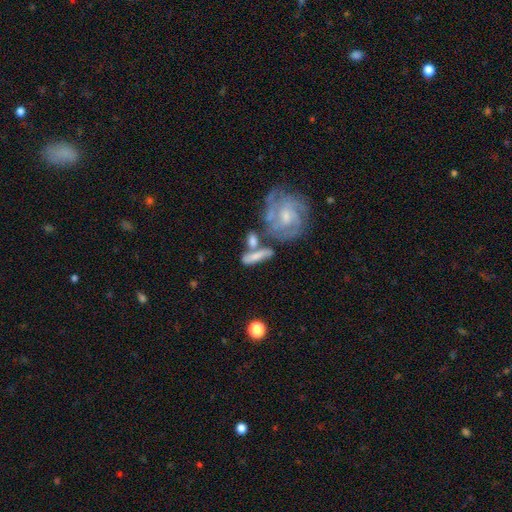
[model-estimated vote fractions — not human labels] Smooth or featured? smooth (54%)
How rounded? cigar-shaped (49%)
Merging? none (42%)